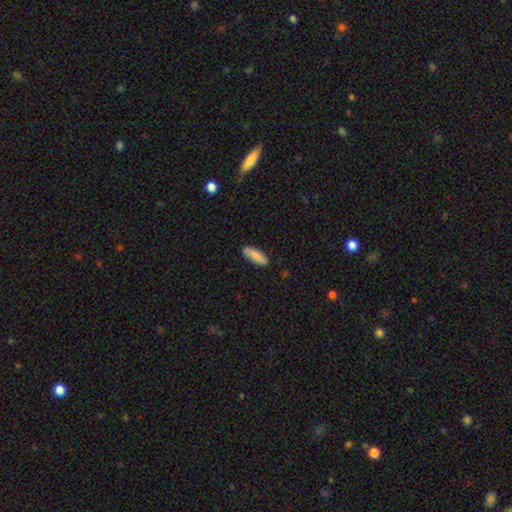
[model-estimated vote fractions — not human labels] Q: Smooth or featured?
A: smooth (88%); runner-up: featured or disk (6%)
Q: How rounded?
A: in between (55%); runner-up: cigar-shaped (44%)
Q: Merging?
A: none (86%); runner-up: minor disturbance (11%)